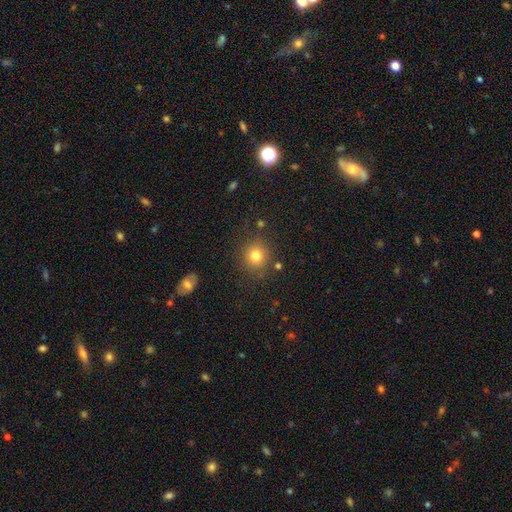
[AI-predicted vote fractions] Smooth or featured? Predicted: smooth (p=0.80). How rounded? Predicted: round (p=0.90). Merging? Predicted: none (p=0.85).